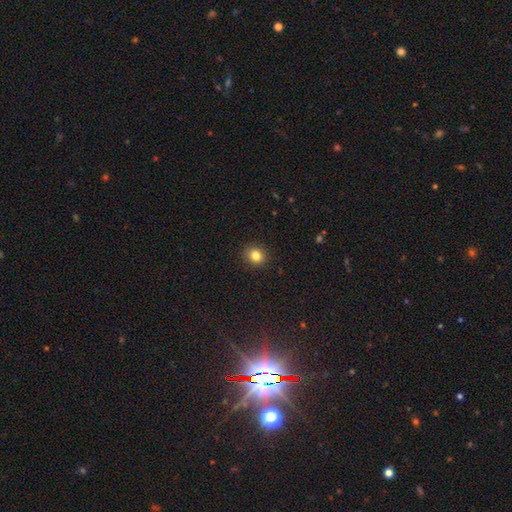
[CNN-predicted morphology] This is clearly a smooth galaxy (84%). How rounded: likely round (74%). Merging: clearly none (91%).